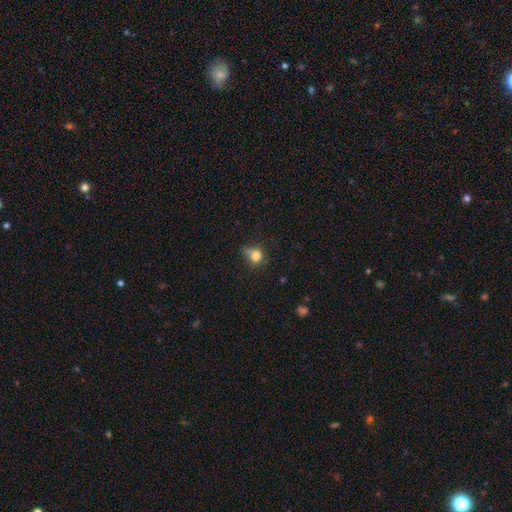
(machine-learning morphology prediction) smooth 77%, star or artifact 13%, featured or disk 10%. Down the decision tree: how rounded — round (76%); merging — none (47%).